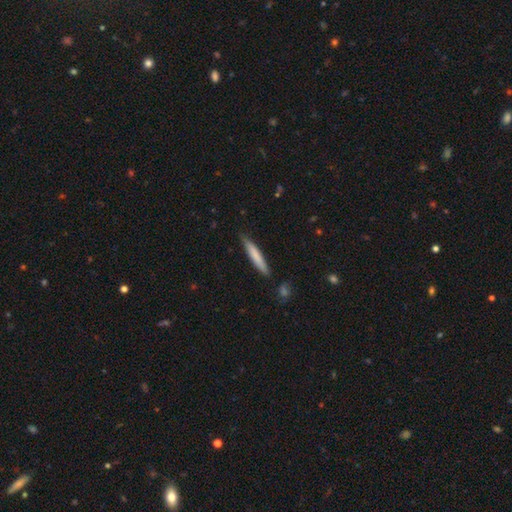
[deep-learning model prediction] Smooth or featured?
  - smooth: 75% *
  - featured or disk: 20%
  - star or artifact: 5%
How rounded?
  - cigar-shaped: 93% *
  - in between: 5%
  - round: 1%
Merging?
  - none: 84% *
  - minor disturbance: 12%
  - major disturbance: 2%
  - merger: 2%